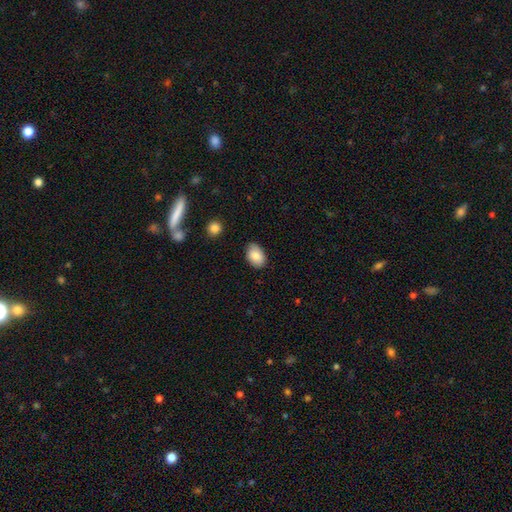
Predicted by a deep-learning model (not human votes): A smooth galaxy with no disk features (86%) that is in between round and cigar-shaped (86%).

Vote fractions:
- Smooth or featured? smooth: 86% / featured or disk: 7% / star or artifact: 7%
- How rounded? in between: 86% / round: 12% / cigar-shaped: 1%
- Merging? none: 81% / minor disturbance: 15% / major disturbance: 3% / merger: 1%